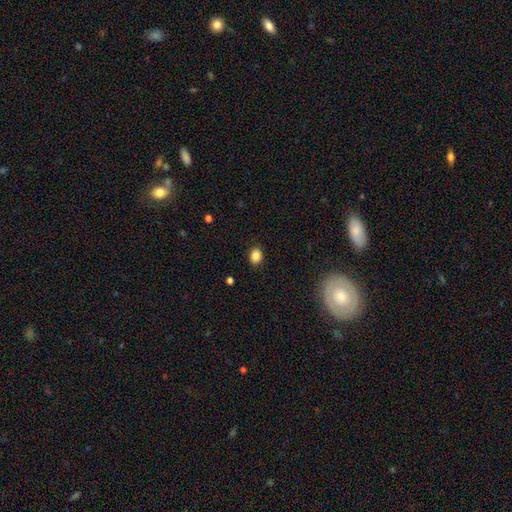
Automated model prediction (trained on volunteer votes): Smooth or featured?
  - smooth: 87% *
  - star or artifact: 10%
  - featured or disk: 4%
How rounded?
  - in between: 66% *
  - round: 33%
  - cigar-shaped: 1%
Merging?
  - none: 87% *
  - minor disturbance: 9%
  - major disturbance: 2%
  - merger: 1%